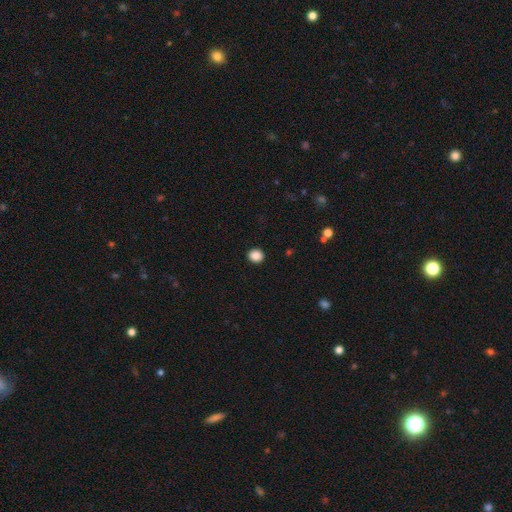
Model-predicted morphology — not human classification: smooth 88%, star or artifact 9%, featured or disk 3%. Down the decision tree: how rounded — round (82%); merging — none (92%).